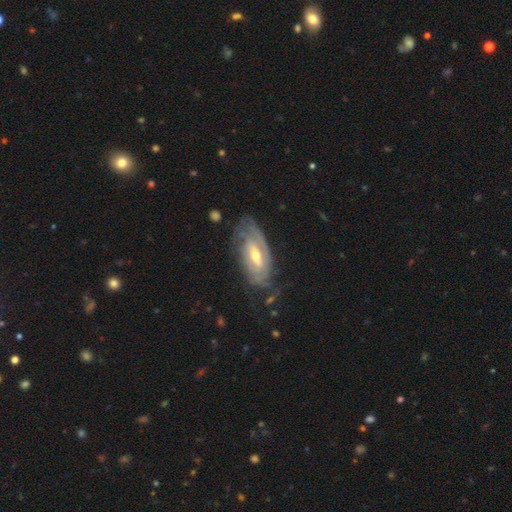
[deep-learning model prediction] Smooth or featured: featured or disk — 81% (smooth — 13%)
Edge-on disk: no — 89% (yes — 11%)
Bar: weak — 44% (no — 32%)
Spiral arms: yes — 87% (no — 13%)
Spiral winding: tight — 64% (medium — 27%)
Spiral arm count: can't tell — 42% (2 — 37%)
Bulge size: moderate — 62% (small — 33%)
Merging: none — 65% (minor disturbance — 23%)